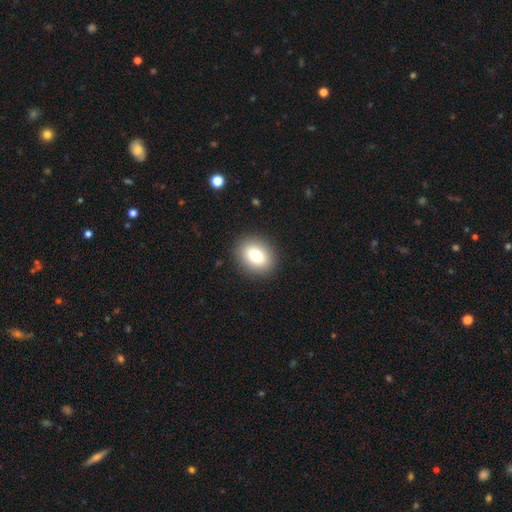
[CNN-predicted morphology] Smooth or featured? smooth (79%)
How rounded? in between (52%)
Merging? none (90%)